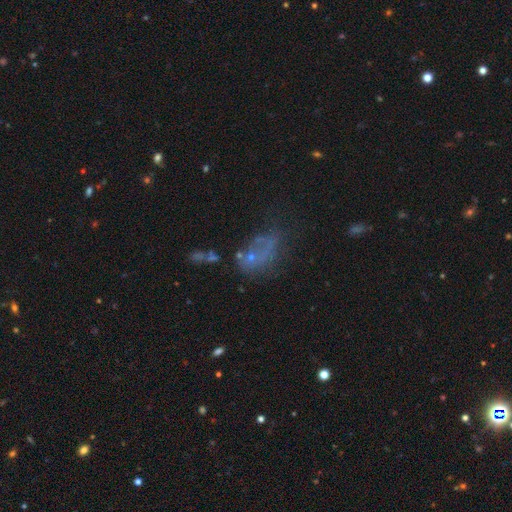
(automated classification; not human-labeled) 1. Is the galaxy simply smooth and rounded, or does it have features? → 38% smooth, 37% featured or disk, 25% star or artifact.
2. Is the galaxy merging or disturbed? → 35% none, 32% major disturbance, 20% minor disturbance, 14% merger.